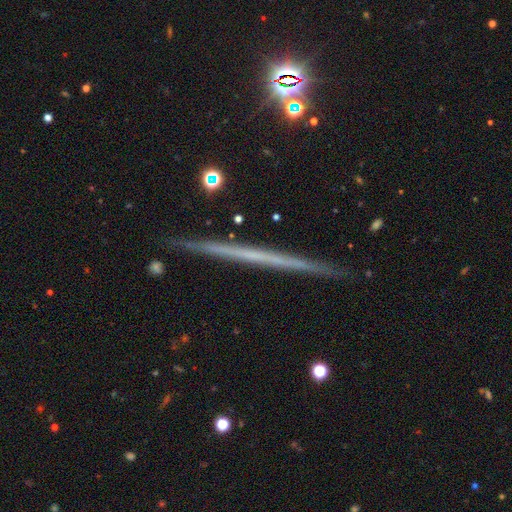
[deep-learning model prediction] Overall: featured or disk (65%; smooth 25%). Edge-on disk: yes (98%). Edge-on bulge: none (92%). Merging: none (91%).